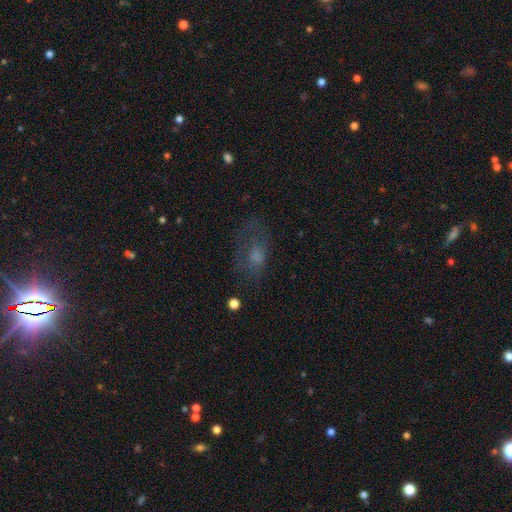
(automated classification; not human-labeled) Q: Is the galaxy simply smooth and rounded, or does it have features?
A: smooth — 49%.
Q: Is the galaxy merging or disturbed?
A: none — 47%.